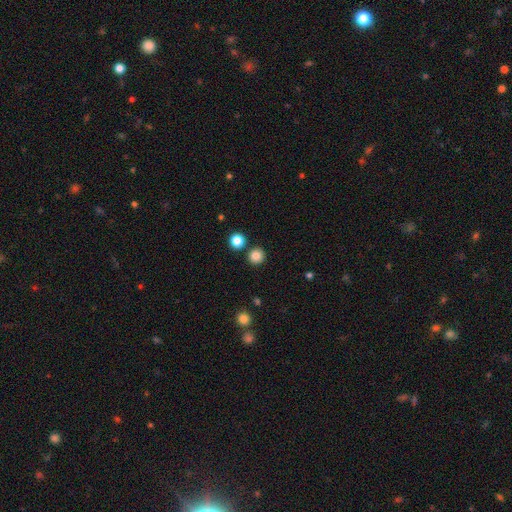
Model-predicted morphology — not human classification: Smooth or featured?
  - smooth: 83% *
  - star or artifact: 12%
  - featured or disk: 5%
How rounded?
  - round: 93% *
  - in between: 6%
  - cigar-shaped: 1%
Merging?
  - none: 88% *
  - minor disturbance: 6%
  - merger: 5%
  - major disturbance: 2%